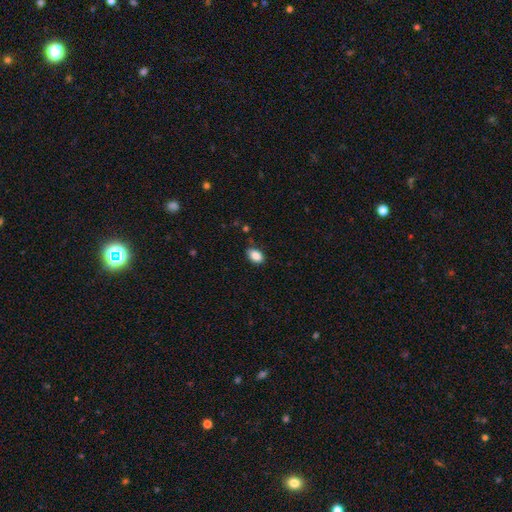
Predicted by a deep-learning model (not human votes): This is clearly a smooth galaxy (88%). How rounded: clearly in between (88%). Merging: likely none (76%).